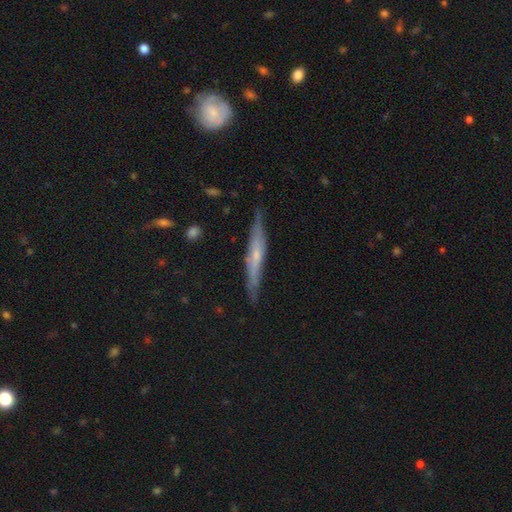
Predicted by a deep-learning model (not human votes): Smooth or featured? featured or disk (59%)
Edge-on disk? yes (88%)
Edge-on bulge? none (46%)
Merging? none (78%)